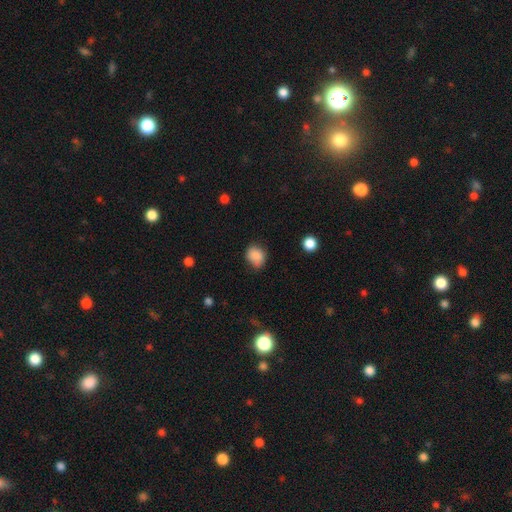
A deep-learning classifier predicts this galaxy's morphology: smooth-or-featured: smooth: 86% | star or artifact: 9% | featured or disk: 5%
  how-rounded: round: 58% | in between: 41% | cigar-shaped: 1%
  merging: none: 70% | minor disturbance: 24% | major disturbance: 5% | merger: 1%